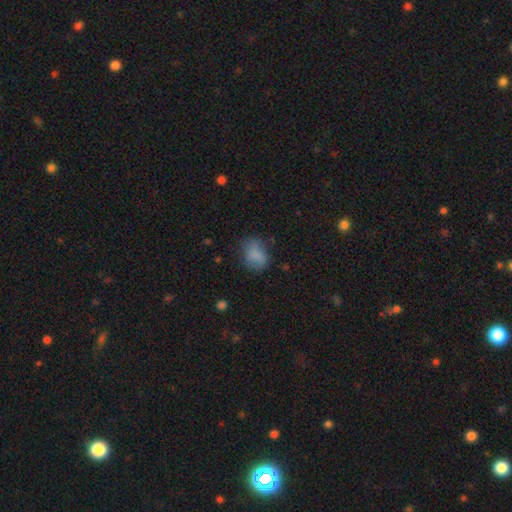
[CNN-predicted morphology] smooth-or-featured: smooth: 78% | featured or disk: 12% | star or artifact: 10%
  how-rounded: in between: 67% | round: 31% | cigar-shaped: 2%
  merging: none: 57% | minor disturbance: 28% | major disturbance: 13% | merger: 2%